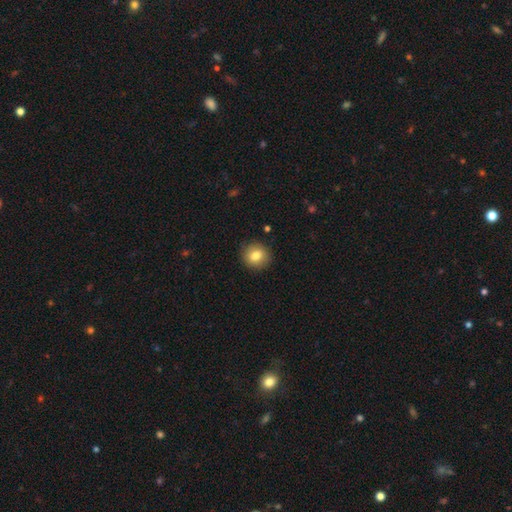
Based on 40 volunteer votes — A smooth galaxy with no disk features (90%) that is round (81%).

Vote fractions:
- Smooth or featured? smooth: 90% / featured or disk: 5% / star or artifact: 5%
- How rounded? round: 81% / in between: 19% / cigar-shaped: 0%
- Merging? none: 89% / minor disturbance: 8% / major disturbance: 3% / merger: 0%